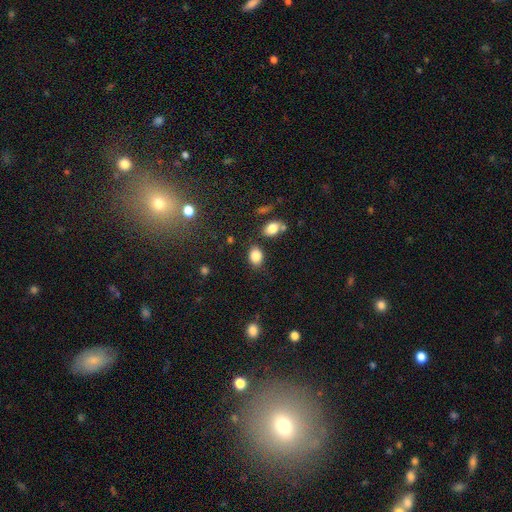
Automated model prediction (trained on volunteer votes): This is clearly a smooth galaxy (86%). How rounded: likely in between (75%). Merging: likely none (76%).